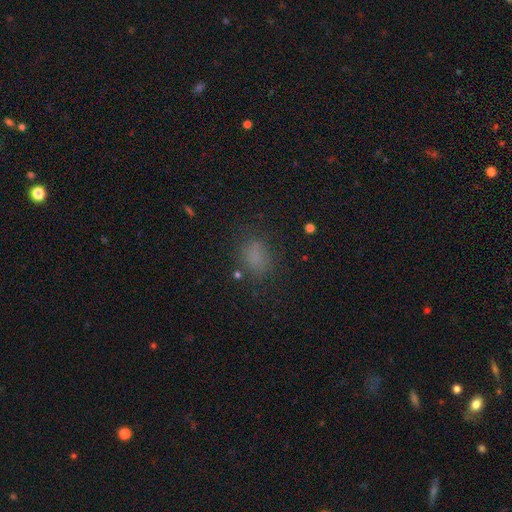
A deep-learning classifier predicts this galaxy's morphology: smooth_or_featured: smooth (p=0.76) [alt: star or artifact p=0.17]
how_rounded: in between (p=0.69) [alt: round p=0.29]
merging: none (p=0.75) [alt: minor disturbance p=0.16]